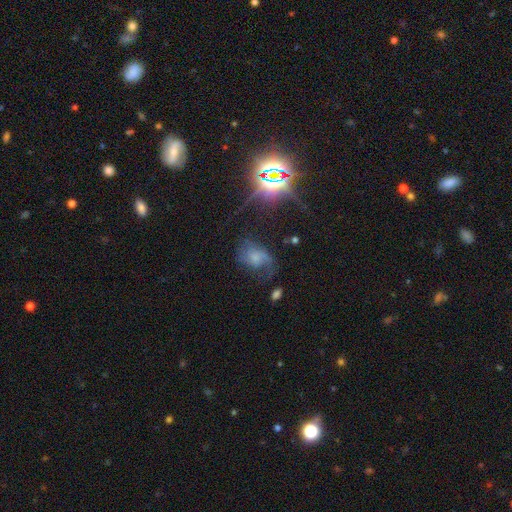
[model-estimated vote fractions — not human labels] Morphology: type=featured or disk (44%); merging=none (42%).